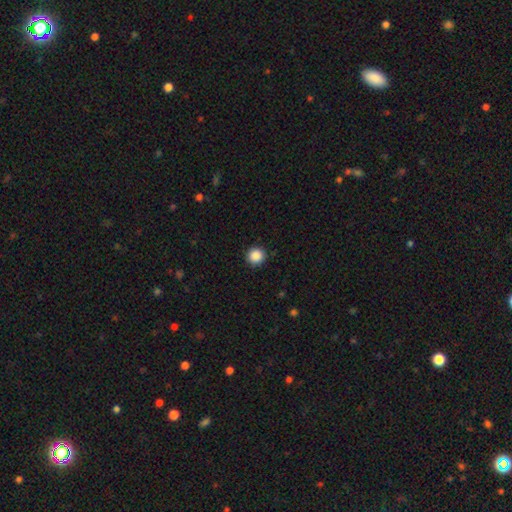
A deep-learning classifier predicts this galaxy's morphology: A smooth galaxy with no disk features (88%) that is round (95%). Merging: none (91%).